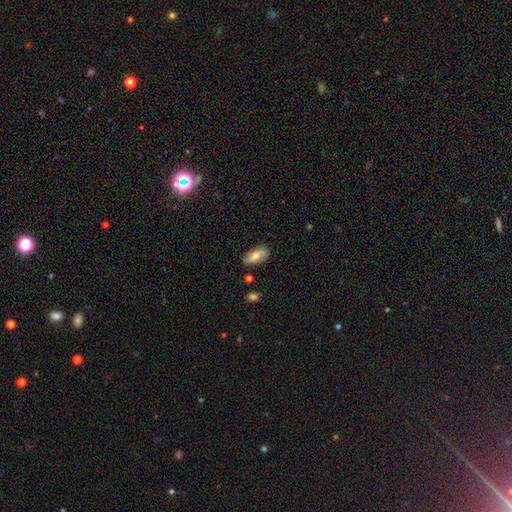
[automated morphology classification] This is possibly a smooth galaxy (52%). How rounded: clearly in between (89%). Merging: likely none (78%).